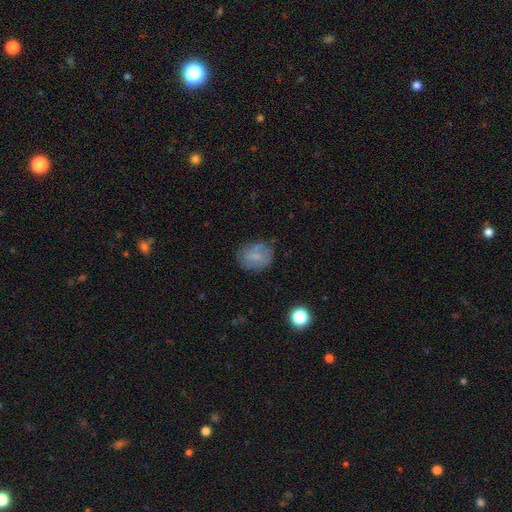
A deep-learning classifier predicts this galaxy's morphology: A smooth galaxy with no disk features (68%) that is round (50%).

Vote fractions:
- Smooth or featured? smooth: 68% / featured or disk: 22% / star or artifact: 10%
- How rounded? round: 50% / in between: 48% / cigar-shaped: 1%
- Merging? none: 72% / minor disturbance: 19% / major disturbance: 7% / merger: 2%